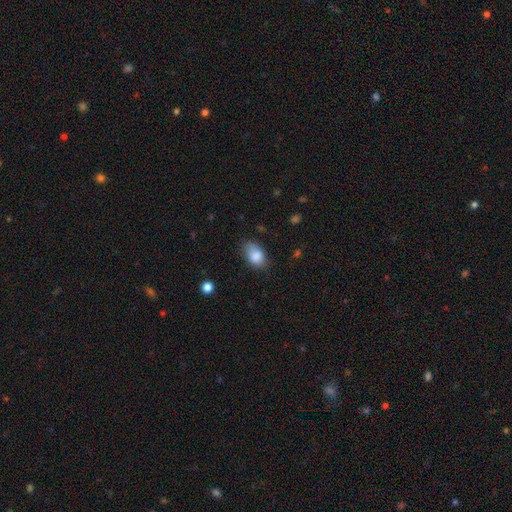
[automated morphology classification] This is clearly a smooth galaxy (85%). How rounded: clearly in between (87%). Merging: likely none (65%).